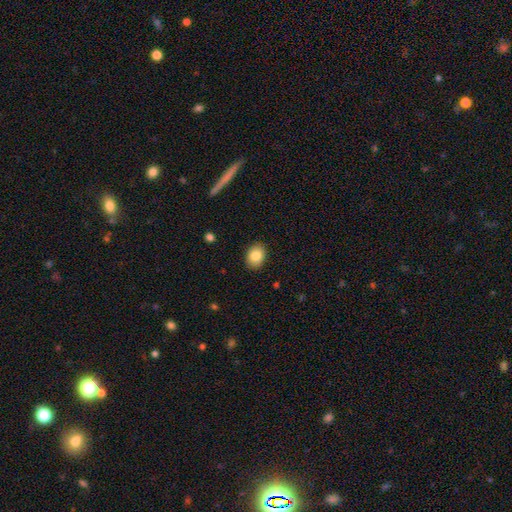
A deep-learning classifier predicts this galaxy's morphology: The model was most divided on "how rounded": in between: 63%, round: 36%, cigar-shaped: 1%. More confident: merging — none (89%); smooth or featured — smooth (86%).